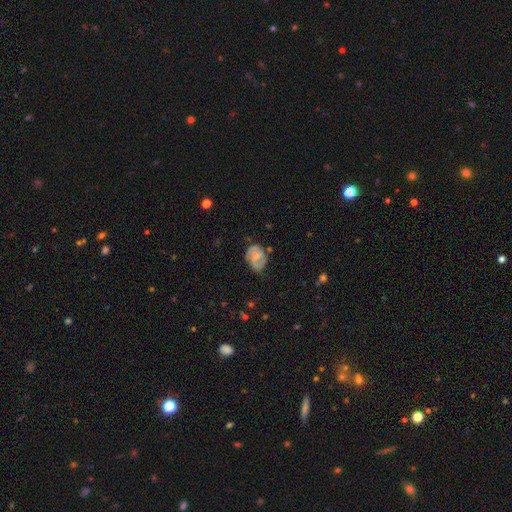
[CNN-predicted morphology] A featured or disk galaxy (54%) with no bar (65%), spiral arms (76%) and a small central bulge (50%).

Vote fractions:
- Smooth or featured? featured or disk: 54% / smooth: 39% / star or artifact: 7%
- Edge-on disk? no: 97% / yes: 3%
- Bar? no: 65% / weak: 30% / strong: 5%
- Spiral arms? yes: 76% / no: 24%
- Bulge size? small: 50% / moderate: 39% / none: 8% / large: 2% / dominant: 1%
- Merging? none: 49% / minor disturbance: 34% / major disturbance: 14% / merger: 2%